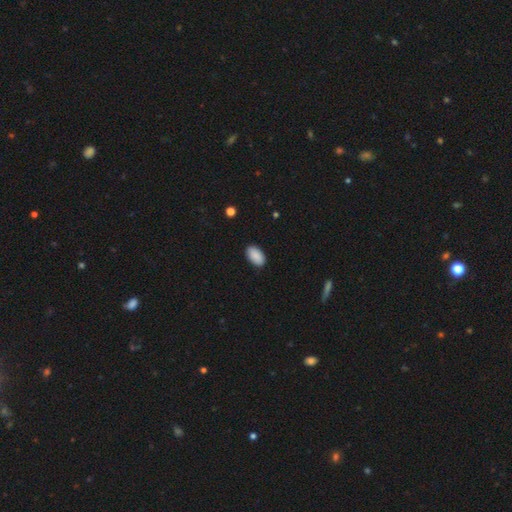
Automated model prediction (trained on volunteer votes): Smooth or featured?
  - smooth: 90% *
  - star or artifact: 7%
  - featured or disk: 3%
How rounded?
  - in between: 95% *
  - round: 4%
  - cigar-shaped: 1%
Merging?
  - none: 89% *
  - minor disturbance: 8%
  - major disturbance: 2%
  - merger: 1%